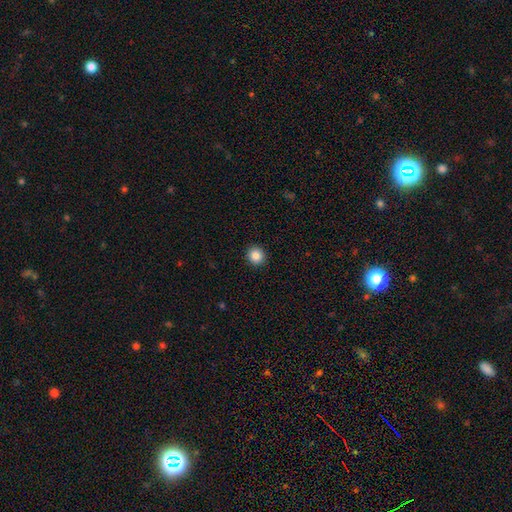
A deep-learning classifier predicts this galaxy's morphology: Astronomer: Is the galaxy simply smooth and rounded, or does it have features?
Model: smooth — 86%.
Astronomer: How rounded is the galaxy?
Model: round — 90%.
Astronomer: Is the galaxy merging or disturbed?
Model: none — 93%.